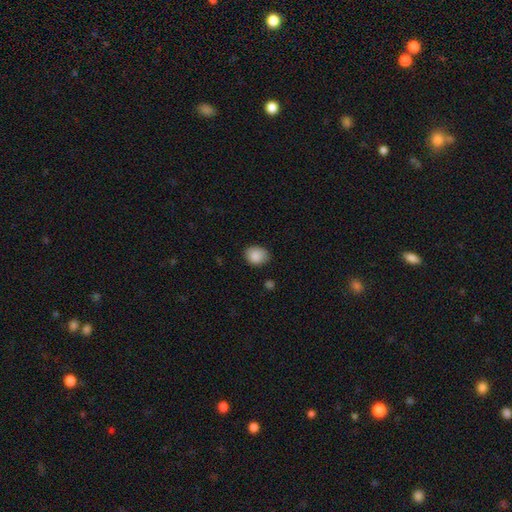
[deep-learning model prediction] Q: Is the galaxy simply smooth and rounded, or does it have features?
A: smooth — 88%.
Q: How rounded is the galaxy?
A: in between — 52%.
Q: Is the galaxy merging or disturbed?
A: none — 78%.